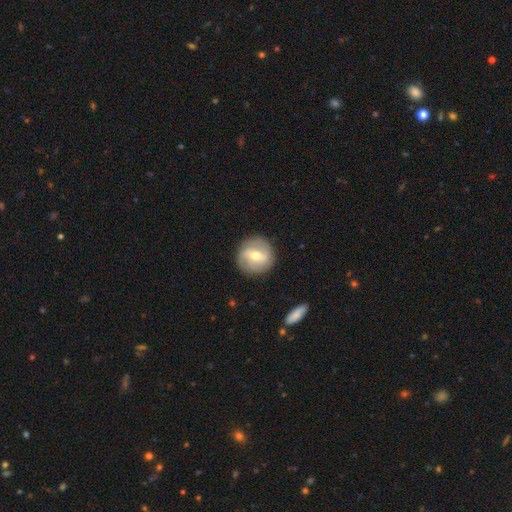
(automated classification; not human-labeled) smooth-or-featured: featured or disk: 56% | smooth: 37% | star or artifact: 7%
  disk-edge-on: no: 94% | yes: 6%
    bar: weak: 48% | strong: 31% | no: 21%
    has-spiral-arms: yes: 61% | no: 39%
    bulge-size: moderate: 68% | small: 27% | large: 4% | none: 1% | dominant: 1%
  merging: none: 87% | minor disturbance: 9% | major disturbance: 3% | merger: 1%